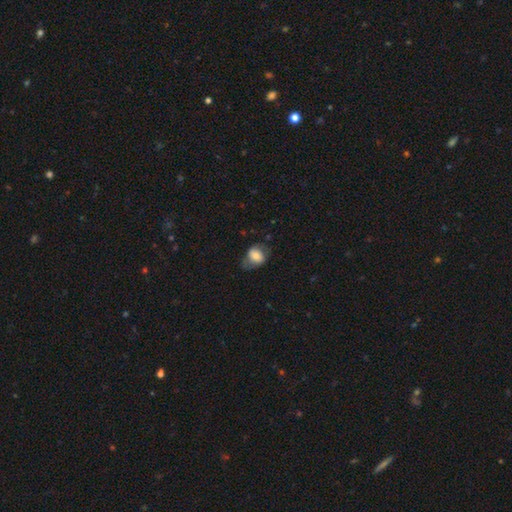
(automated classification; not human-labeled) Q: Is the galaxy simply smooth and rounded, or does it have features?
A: smooth — 66%.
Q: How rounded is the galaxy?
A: in between — 51%.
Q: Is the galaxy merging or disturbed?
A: none — 56%.